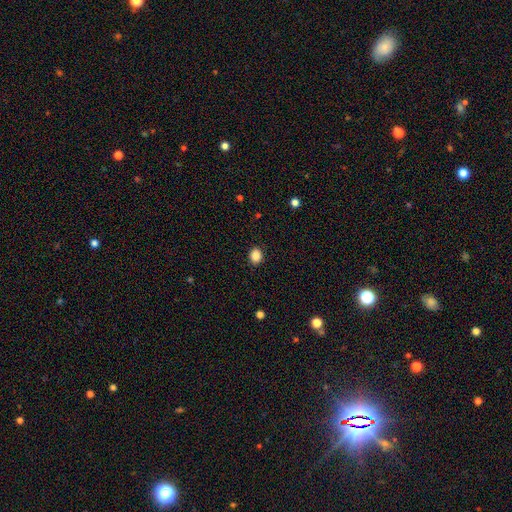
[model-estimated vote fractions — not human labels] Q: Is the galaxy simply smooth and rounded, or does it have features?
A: smooth — 87%.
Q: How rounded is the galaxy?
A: round — 61%.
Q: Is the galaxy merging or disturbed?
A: none — 90%.